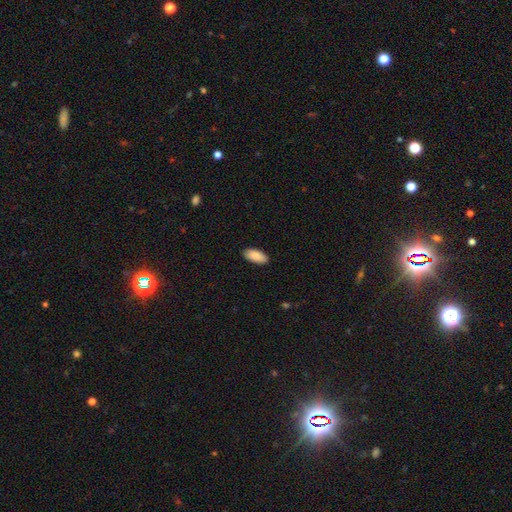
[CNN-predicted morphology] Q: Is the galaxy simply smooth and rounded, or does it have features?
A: smooth — 90%.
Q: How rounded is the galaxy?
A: in between — 91%.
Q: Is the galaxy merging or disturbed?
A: none — 90%.